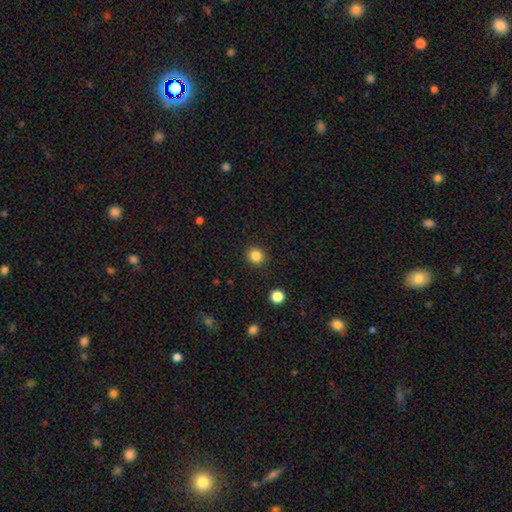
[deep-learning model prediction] smooth_or_featured: smooth (p=0.84) [alt: star or artifact p=0.12]
how_rounded: round (p=0.86) [alt: in between p=0.13]
merging: none (p=0.91) [alt: minor disturbance p=0.06]